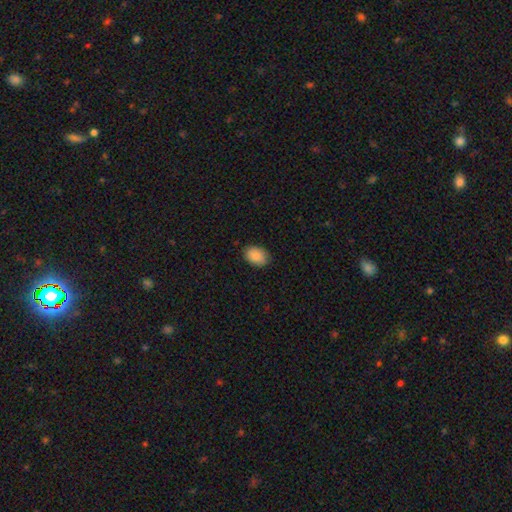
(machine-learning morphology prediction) smooth-or-featured: smooth: 88% | star or artifact: 7% | featured or disk: 5%
  how-rounded: in between: 80% | round: 19% | cigar-shaped: 1%
  merging: none: 87% | minor disturbance: 10% | major disturbance: 2% | merger: 1%